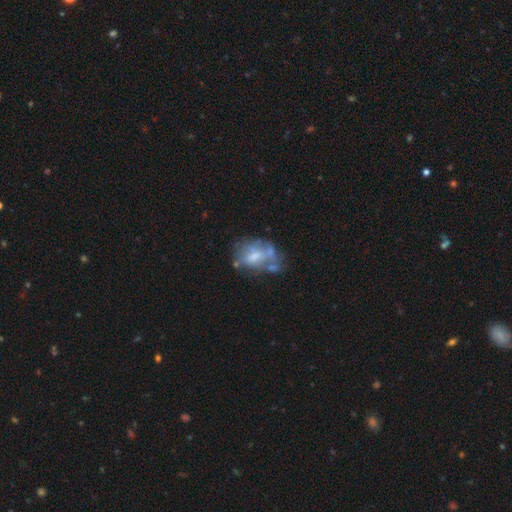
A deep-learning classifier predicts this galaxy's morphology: Smooth or featured: featured or disk — 54% (smooth — 35%)
Edge-on disk: no — 97% (yes — 3%)
Bar: no — 72% (weak — 23%)
Spiral arms: no — 83% (yes — 17%)
Bulge size: moderate — 41% (small — 32%)
Merging: none — 34% (major disturbance — 23%)